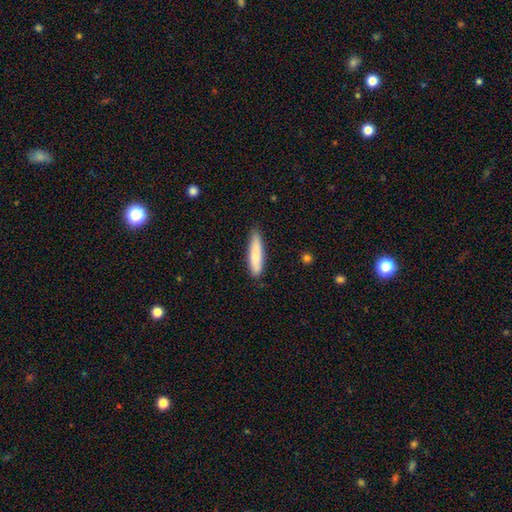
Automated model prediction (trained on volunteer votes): smooth_or_featured: smooth (p=0.81) [alt: featured or disk p=0.13]
how_rounded: cigar-shaped (p=0.82) [alt: in between p=0.17]
merging: none (p=0.83) [alt: minor disturbance p=0.14]